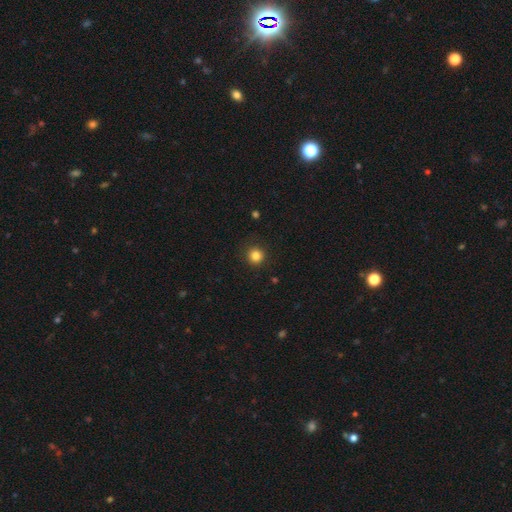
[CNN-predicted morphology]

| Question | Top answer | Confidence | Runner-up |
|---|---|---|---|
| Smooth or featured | smooth | 83% | star or artifact (12%) |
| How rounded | round | 95% | in between (4%) |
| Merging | none | 91% | minor disturbance (6%) |